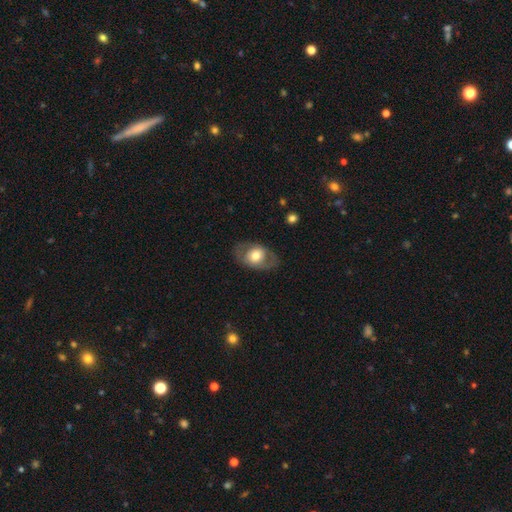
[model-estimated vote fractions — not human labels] Smooth or featured: smooth — 51% (featured or disk — 42%)
How rounded: in between — 70% (round — 29%)
Merging: none — 76% (minor disturbance — 14%)